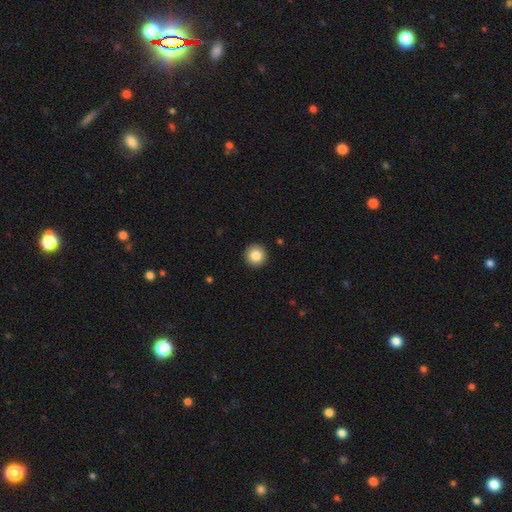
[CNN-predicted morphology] smooth 85%, star or artifact 9%, featured or disk 6%. Down the decision tree: how rounded — round (95%); merging — none (93%).